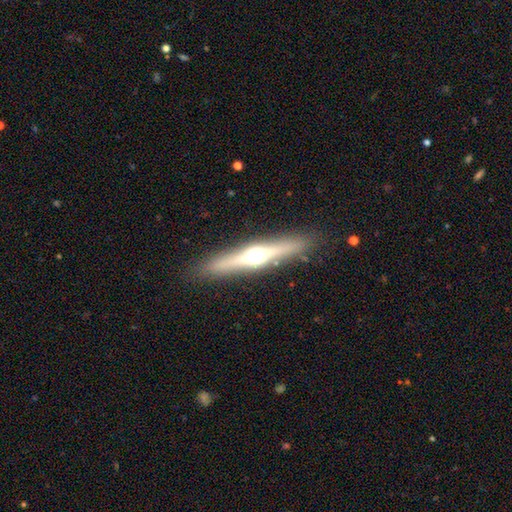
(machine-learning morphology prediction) Smooth or featured? featured or disk (71%)
Edge-on disk? yes (97%)
Edge-on bulge? rounded (94%)
Merging? none (90%)